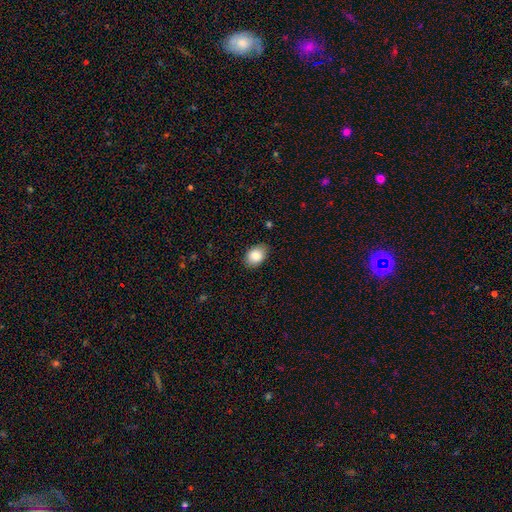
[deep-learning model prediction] Smooth or featured? Predicted: smooth (p=0.84). How rounded? Predicted: in between (p=0.78). Merging? Predicted: none (p=0.83).